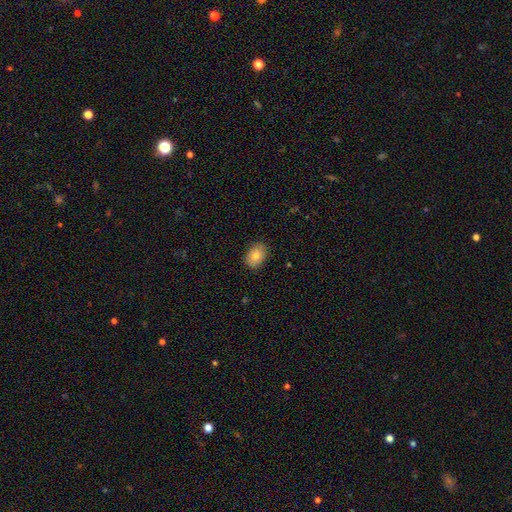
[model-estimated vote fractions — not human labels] smooth_or_featured: smooth (p=0.84) [alt: featured or disk p=0.08]
how_rounded: in between (p=0.78) [alt: round p=0.21]
merging: none (p=0.85) [alt: minor disturbance p=0.11]